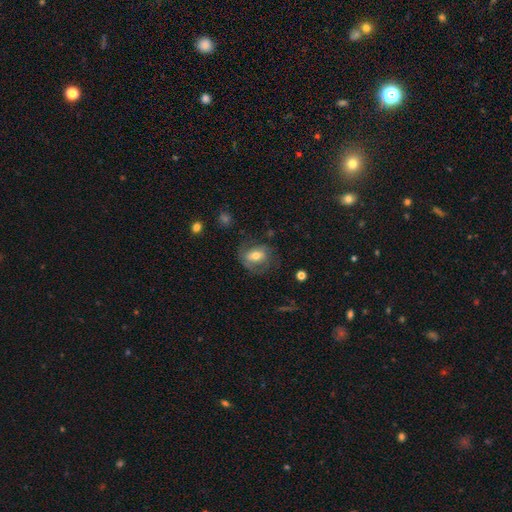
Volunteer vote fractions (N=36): Volunteers were most divided on "how rounded" (2-way tie): round: 50%, in between: 50%, cigar-shaped: 0%. More confident: smooth or featured — smooth (50%); merging — none (50%).